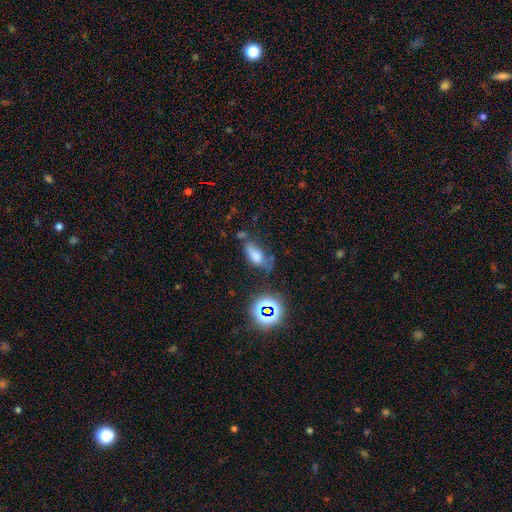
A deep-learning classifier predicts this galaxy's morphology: smooth-or-featured: smooth: 60% | star or artifact: 21% | featured or disk: 19%
  how-rounded: in between: 75% | cigar-shaped: 16% | round: 9%
  merging: none: 45% | minor disturbance: 28% | major disturbance: 16% | merger: 11%